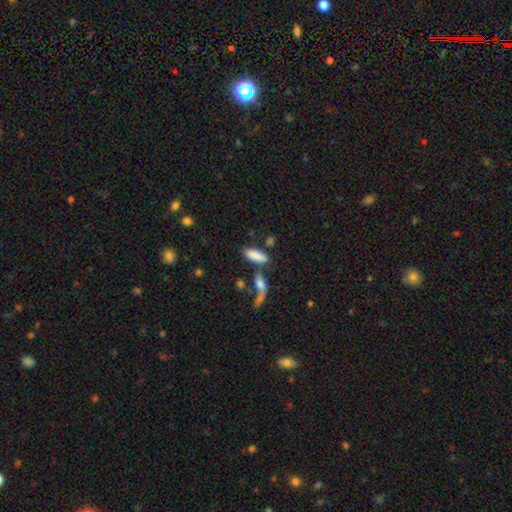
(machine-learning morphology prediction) Smooth or featured: smooth — 83% (featured or disk — 10%)
How rounded: in between — 65% (cigar-shaped — 32%)
Merging: none — 56% (merger — 24%)